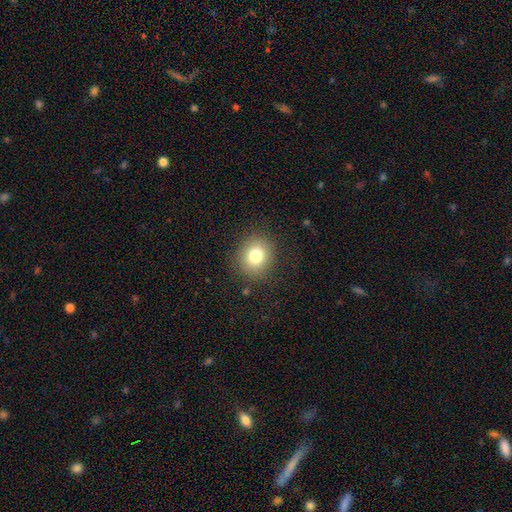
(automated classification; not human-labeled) This is likely a smooth galaxy (79%). How rounded: likely round (75%). Merging: clearly none (86%).